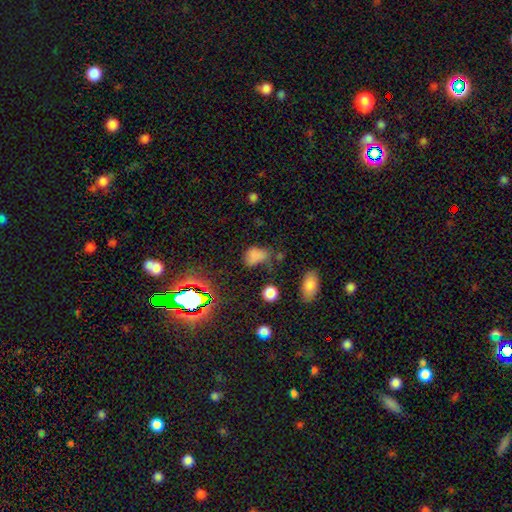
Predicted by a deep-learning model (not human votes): This appears to be a smooth galaxy with no disk features (69%) that is in between round and cigar-shaped (77%). Merging: none (39%).